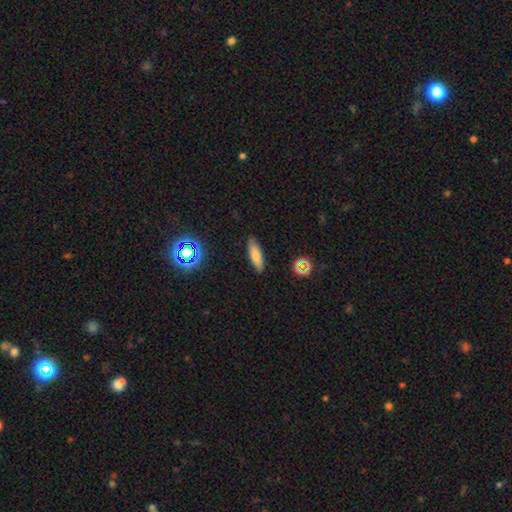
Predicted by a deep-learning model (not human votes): Overall: smooth (73%). How rounded: cigar-shaped (52%; in between 45%). Merging: none (88%).